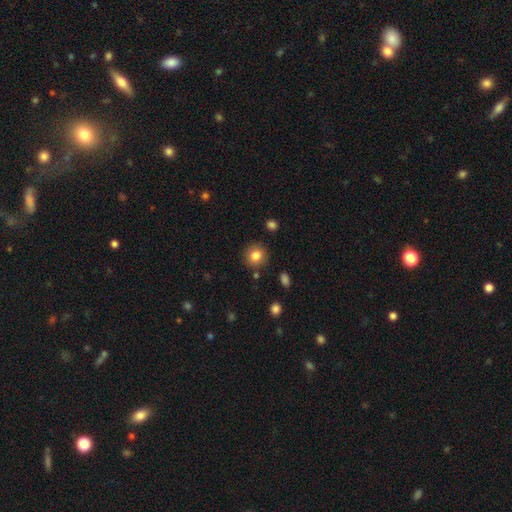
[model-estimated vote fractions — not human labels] A smooth galaxy with no disk features (83%) that is round (89%).

Vote fractions:
- Smooth or featured? smooth: 83% / star or artifact: 10% / featured or disk: 7%
- How rounded? round: 89% / in between: 10% / cigar-shaped: 1%
- Merging? none: 87% / minor disturbance: 8% / merger: 3% / major disturbance: 3%